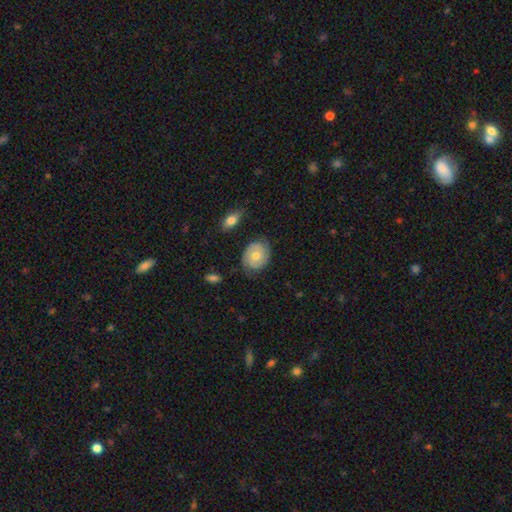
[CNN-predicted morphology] The model was most divided on "spiral winding": tight: 64%, medium: 27%, loose: 9%. More confident: edge-on disk — no (97%); spiral arms — yes (87%); bar — no (79%); spiral arm count — 2 (75%); merging — none (74%); smooth or featured — featured or disk (67%); bulge size — moderate (66%).